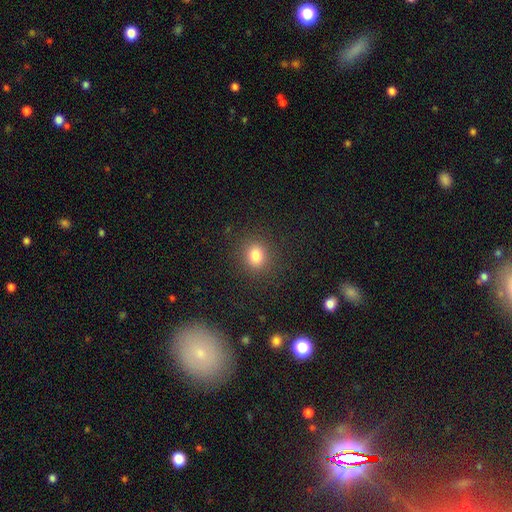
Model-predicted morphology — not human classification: Smooth or featured? smooth (81%)
How rounded? round (72%)
Merging? none (89%)